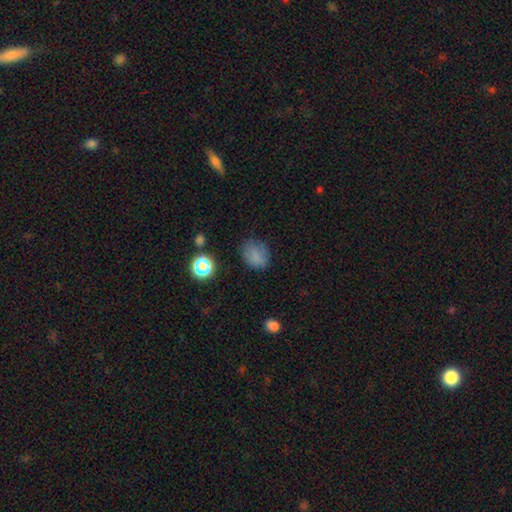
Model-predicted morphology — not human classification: Smooth or featured? smooth (79%)
How rounded? round (51%)
Merging? none (72%)